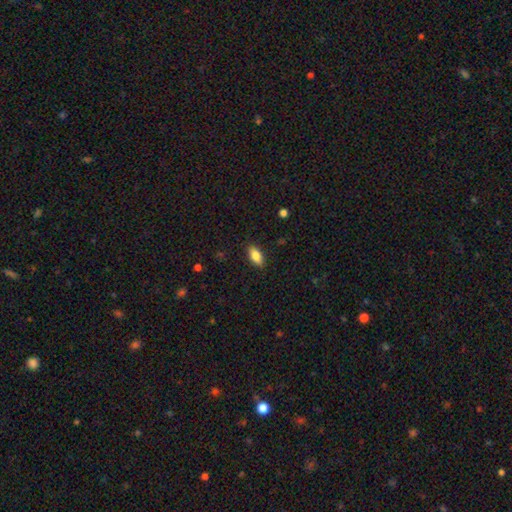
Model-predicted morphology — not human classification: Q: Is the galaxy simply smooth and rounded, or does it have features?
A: smooth — 82%.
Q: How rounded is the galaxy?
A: in between — 88%.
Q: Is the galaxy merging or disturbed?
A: none — 88%.